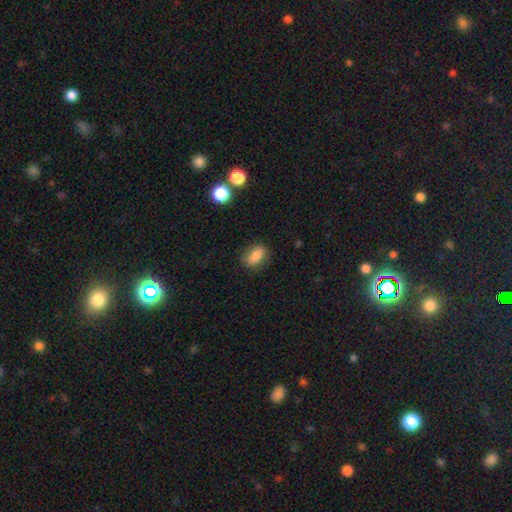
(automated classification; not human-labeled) This is clearly a smooth galaxy (83%). How rounded: clearly in between (83%). Merging: likely none (80%).